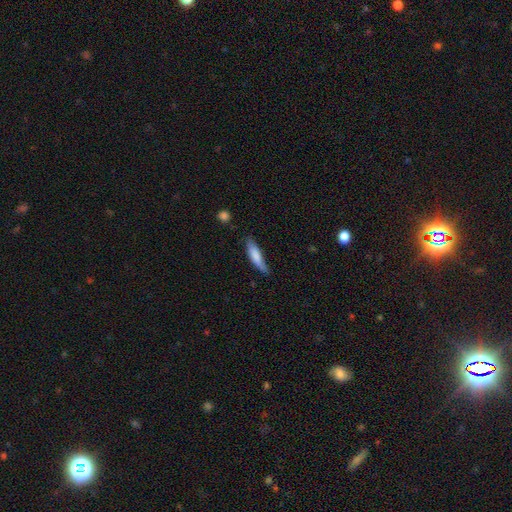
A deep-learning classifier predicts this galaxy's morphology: Smooth or featured: smooth — 76% (featured or disk — 18%)
How rounded: cigar-shaped — 66% (in between — 32%)
Merging: none — 53% (minor disturbance — 34%)